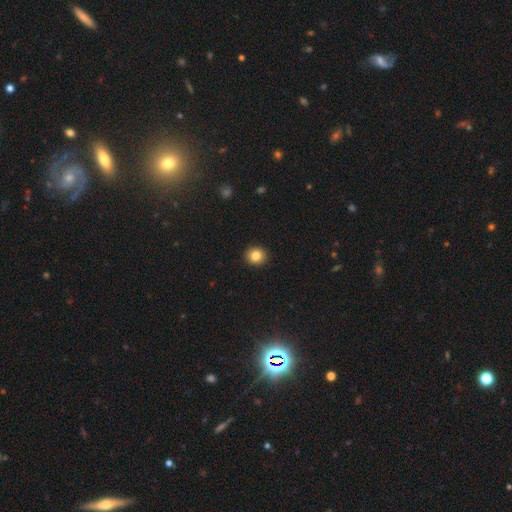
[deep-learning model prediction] Morphology: type=smooth (83%); roundness=round (79%); merging=none (92%).